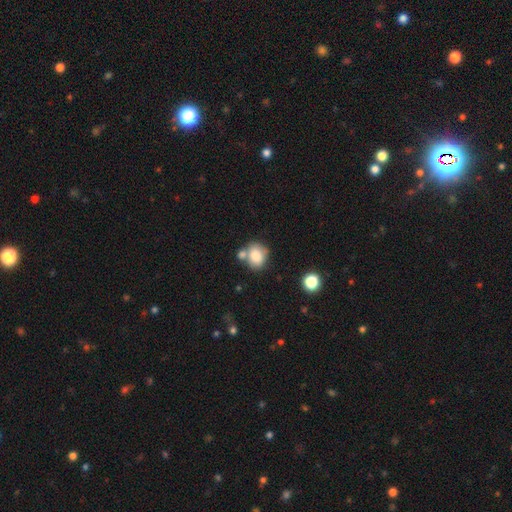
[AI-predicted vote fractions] This is clearly a smooth galaxy (82%). How rounded: possibly round (57%). Merging: possibly none (52%).